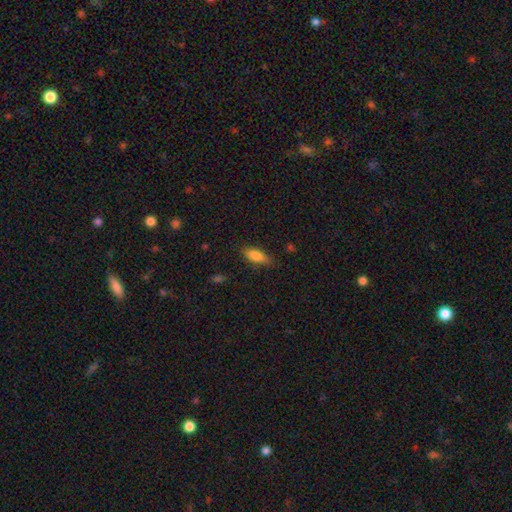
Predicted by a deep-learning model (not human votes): A smooth galaxy with no disk features (81%) that is in between round and cigar-shaped (72%). Merging: none (79%).